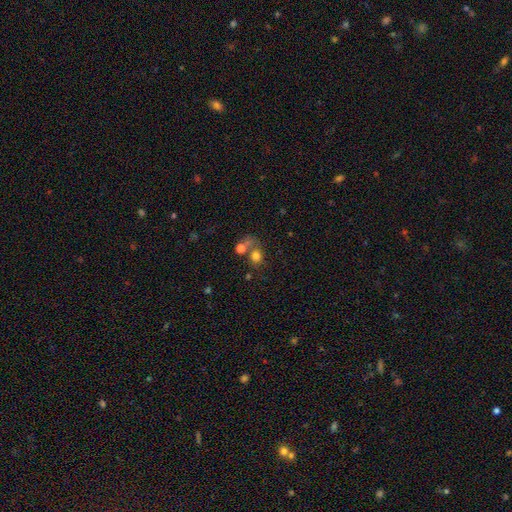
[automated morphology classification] Smooth or featured: smooth — 73% (star or artifact — 16%)
How rounded: round — 70% (in between — 29%)
Merging: none — 44% (merger — 37%)